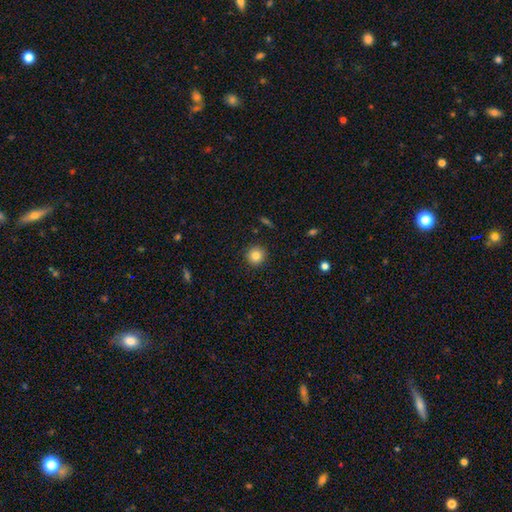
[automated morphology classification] smooth-or-featured: smooth: 83% | star or artifact: 10% | featured or disk: 6%
  how-rounded: round: 94% | in between: 5% | cigar-shaped: 1%
  merging: none: 92% | minor disturbance: 5% | major disturbance: 2% | merger: 1%